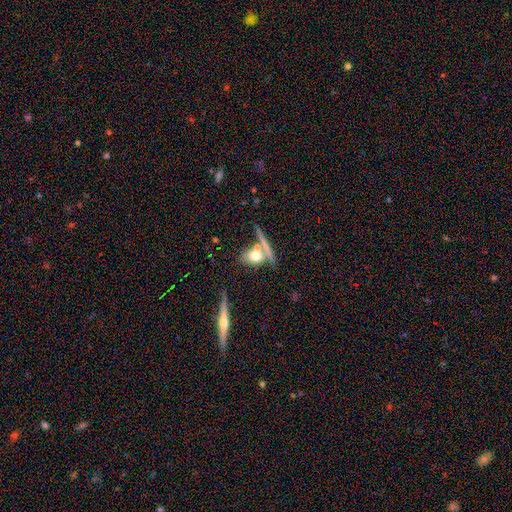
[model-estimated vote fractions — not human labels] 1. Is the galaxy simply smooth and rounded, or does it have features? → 64% smooth, 26% featured or disk, 10% star or artifact.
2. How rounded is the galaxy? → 49% in between, 31% round, 20% cigar-shaped.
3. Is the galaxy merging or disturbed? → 49% none, 34% merger, 11% minor disturbance, 5% major disturbance.